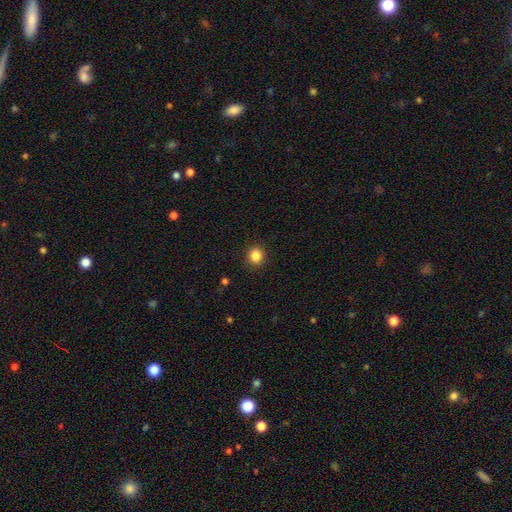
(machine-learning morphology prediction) Smooth or featured? Predicted: smooth (p=0.85). How rounded? Predicted: round (p=0.88). Merging? Predicted: none (p=0.91).